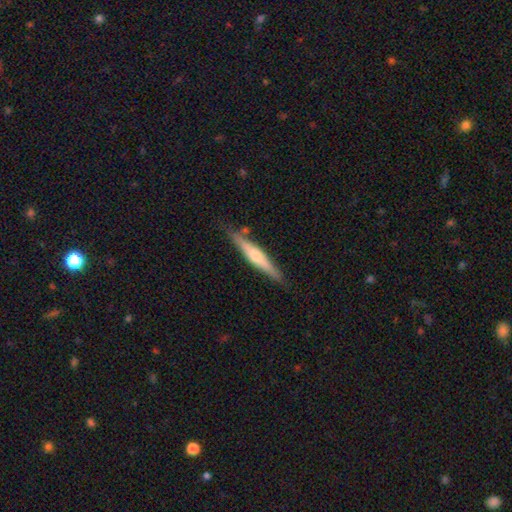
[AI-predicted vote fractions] Q: Smooth or featured?
A: featured or disk (56%); runner-up: smooth (38%)
Q: Edge-on disk?
A: yes (96%); runner-up: no (4%)
Q: Edge-on bulge?
A: rounded (76%); runner-up: none (15%)
Q: Merging?
A: none (83%); runner-up: minor disturbance (12%)